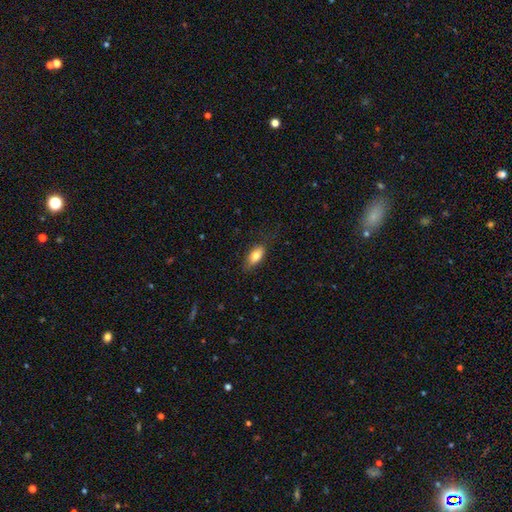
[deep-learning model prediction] Overall: smooth (78%). How rounded: in between (87%). Merging: none (76%).